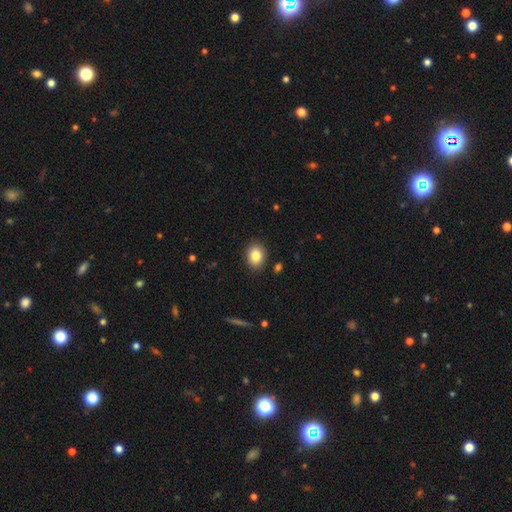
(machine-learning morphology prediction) A smooth galaxy with no disk features (84%) that is in between round and cigar-shaped (61%).

Vote fractions:
- Smooth or featured? smooth: 84% / star or artifact: 9% / featured or disk: 7%
- How rounded? in between: 61% / round: 38% / cigar-shaped: 1%
- Merging? none: 88% / minor disturbance: 8% / major disturbance: 2% / merger: 1%